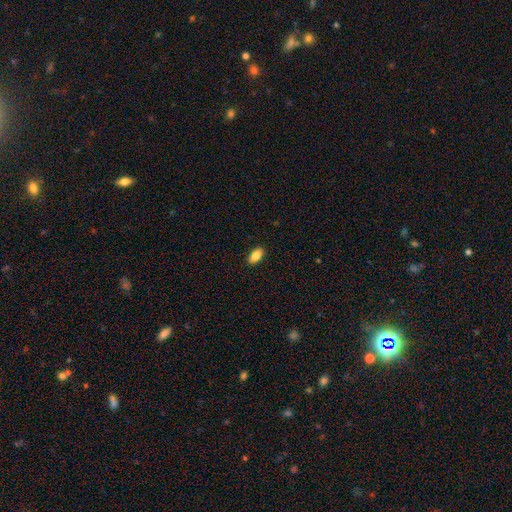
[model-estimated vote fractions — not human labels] Overall: smooth (86%). How rounded: in between (91%). Merging: none (90%).